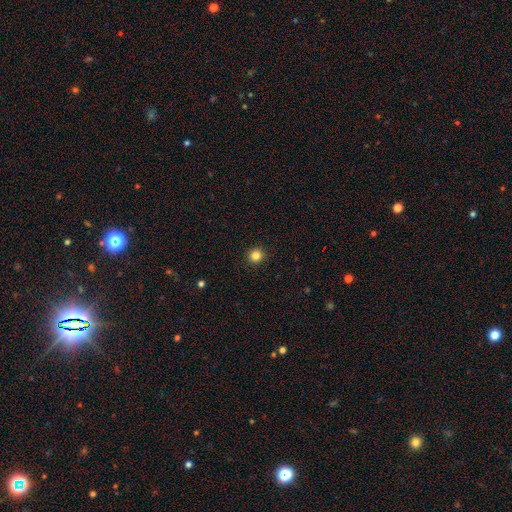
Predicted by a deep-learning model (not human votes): Smooth or featured? Predicted: smooth (p=0.84). How rounded? Predicted: round (p=0.94). Merging? Predicted: none (p=0.92).